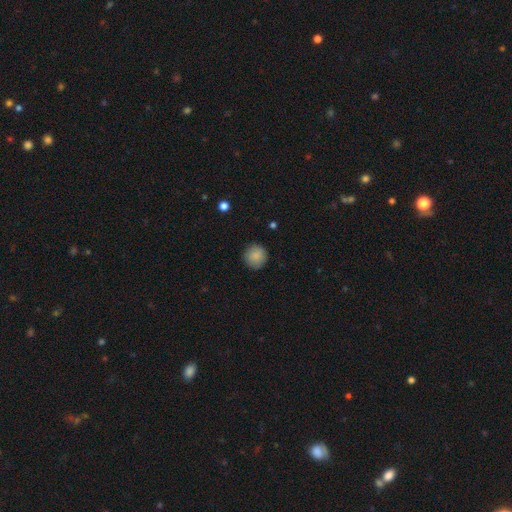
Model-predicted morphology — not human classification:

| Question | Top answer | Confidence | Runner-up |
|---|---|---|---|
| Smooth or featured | smooth | 87% | star or artifact (8%) |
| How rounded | round | 94% | in between (5%) |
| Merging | none | 89% | minor disturbance (7%) |